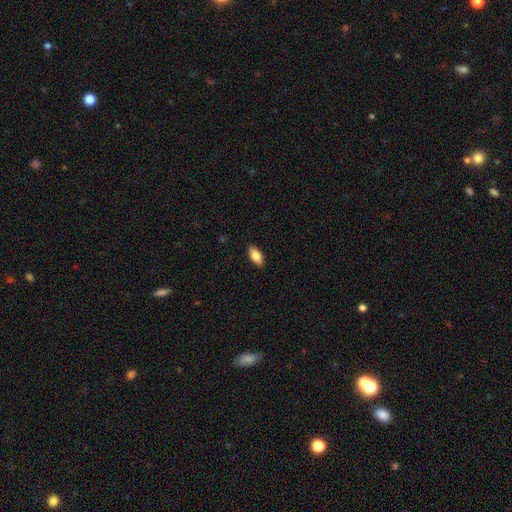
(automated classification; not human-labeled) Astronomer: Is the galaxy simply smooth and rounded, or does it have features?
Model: smooth — 81%.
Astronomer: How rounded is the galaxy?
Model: in between — 90%.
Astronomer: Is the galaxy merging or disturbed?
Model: none — 89%.